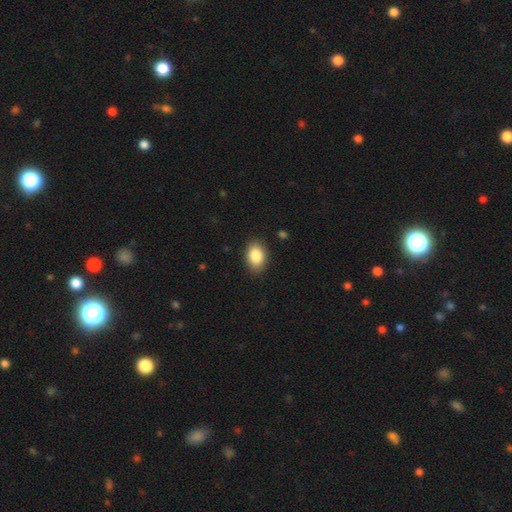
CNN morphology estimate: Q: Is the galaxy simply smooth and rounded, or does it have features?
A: smooth — 87%.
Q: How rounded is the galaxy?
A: in between — 83%.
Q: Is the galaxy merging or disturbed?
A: none — 87%.